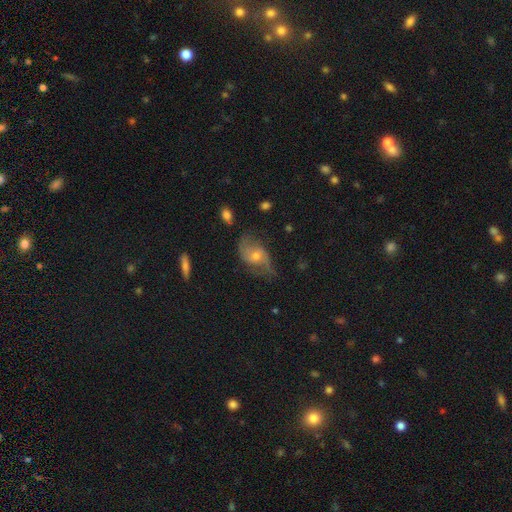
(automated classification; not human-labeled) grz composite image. It shows a featured or disk galaxy (67%) with no bar (65%), 2 (83%) loose (54%) spiral arms (87%) and a moderate central bulge (50%). Merging: none (55%).